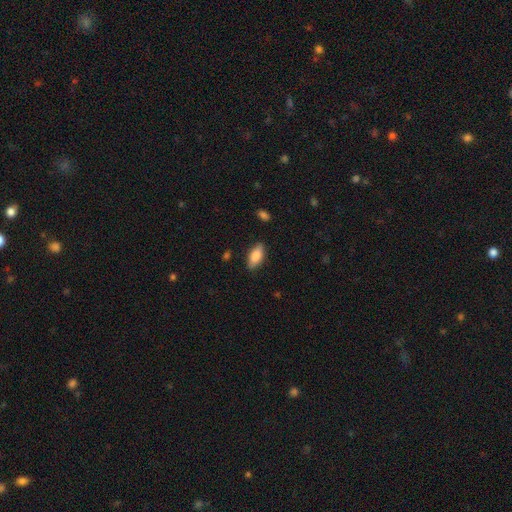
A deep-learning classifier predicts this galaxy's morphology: The model was most divided on "smooth or featured": smooth: 82%, featured or disk: 12%, star or artifact: 6%. More confident: how rounded — in between (87%); merging — none (84%).